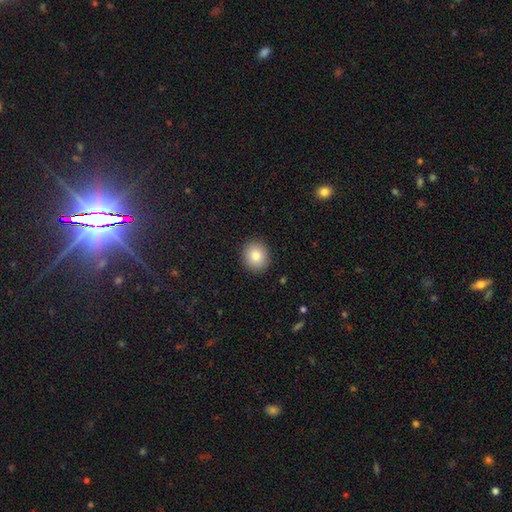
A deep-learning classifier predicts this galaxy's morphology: A smooth galaxy with no disk features (84%) that is round (81%).

Vote fractions:
- Smooth or featured? smooth: 84% / star or artifact: 9% / featured or disk: 7%
- How rounded? round: 81% / in between: 18% / cigar-shaped: 1%
- Merging? none: 91% / minor disturbance: 6% / major disturbance: 2% / merger: 1%